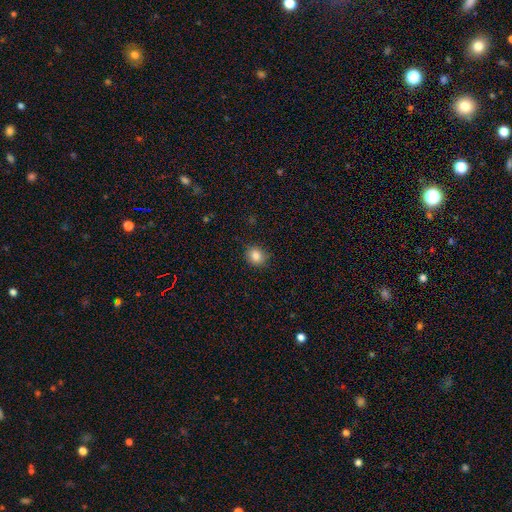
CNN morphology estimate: A smooth galaxy with no disk features (84%) that is round (68%).

Vote fractions:
- Smooth or featured? smooth: 84% / star or artifact: 10% / featured or disk: 6%
- How rounded? round: 68% / in between: 31% / cigar-shaped: 1%
- Merging? none: 86% / minor disturbance: 10% / major disturbance: 2% / merger: 1%